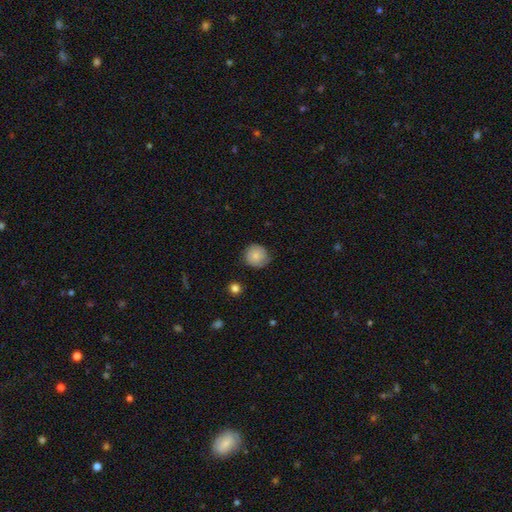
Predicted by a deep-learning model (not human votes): Smooth or featured? smooth (80%)
How rounded? round (90%)
Merging? none (77%)